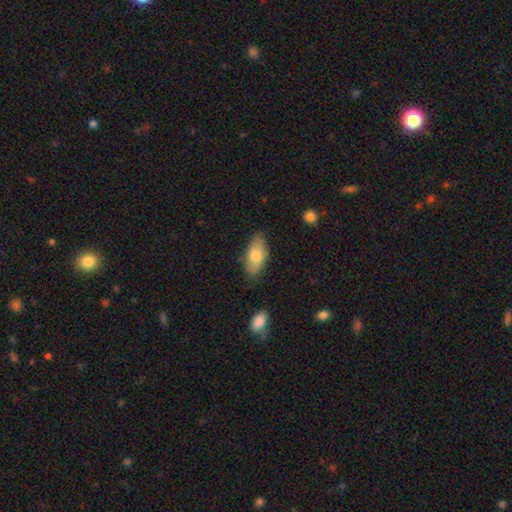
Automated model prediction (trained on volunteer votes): Morphology: type=smooth (73%); roundness=in between (92%); merging=none (75%).